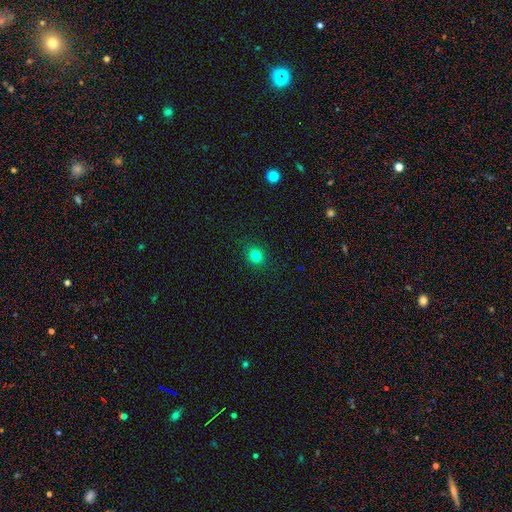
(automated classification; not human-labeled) Morphology: type=smooth (81%); roundness=round (71%); merging=none (89%).